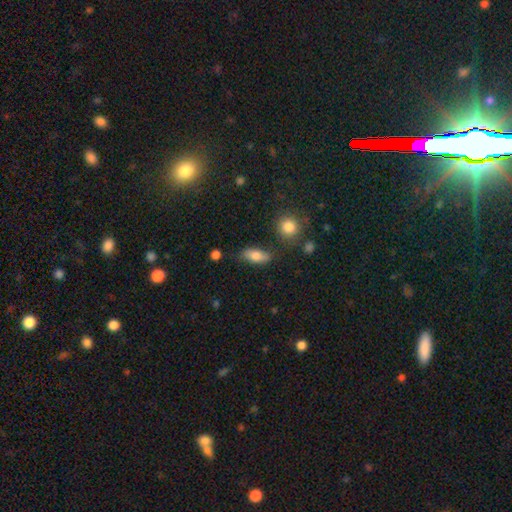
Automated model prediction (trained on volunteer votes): Smooth or featured: smooth — 76% (featured or disk — 16%)
How rounded: in between — 78% (cigar-shaped — 17%)
Merging: none — 75% (minor disturbance — 16%)